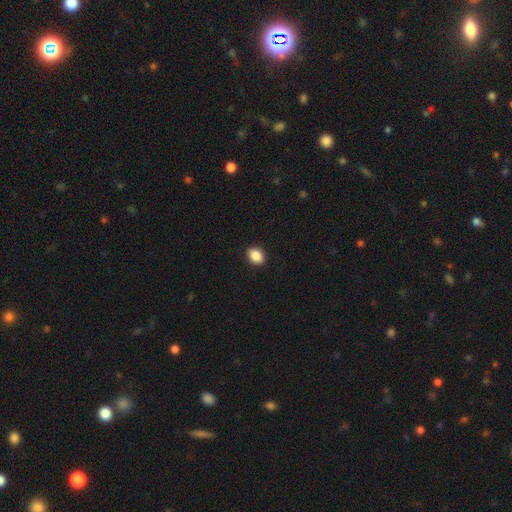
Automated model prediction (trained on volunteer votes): Smooth or featured: smooth — 88% (star or artifact — 8%)
How rounded: in between — 67% (round — 32%)
Merging: none — 91% (minor disturbance — 6%)